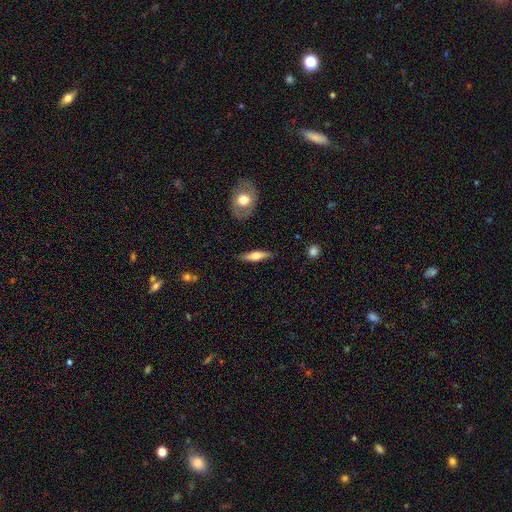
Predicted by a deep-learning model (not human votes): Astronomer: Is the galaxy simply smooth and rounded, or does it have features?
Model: smooth — 47%, tied with featured or disk at 47%.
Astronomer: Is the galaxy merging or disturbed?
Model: none — 88%.